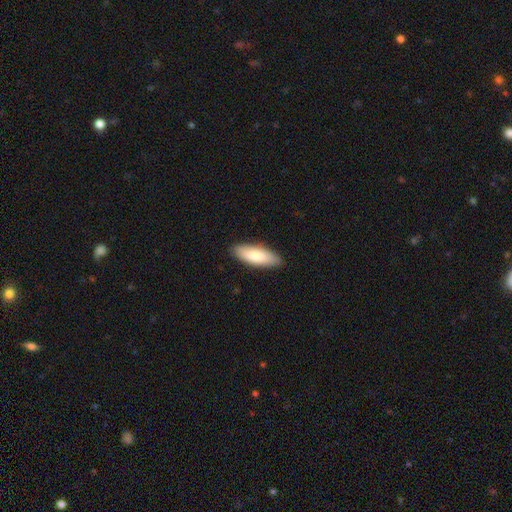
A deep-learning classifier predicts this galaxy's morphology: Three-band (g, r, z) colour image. It shows a smooth galaxy with no disk features (81%) that is in between round and cigar-shaped (64%). Merging: none (87%).